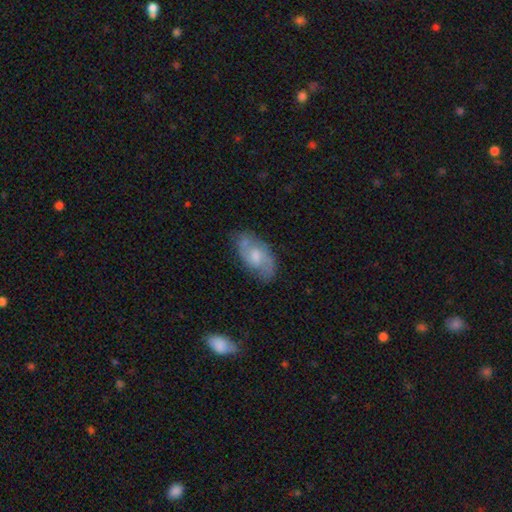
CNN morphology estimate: A featured or disk galaxy (64%) with no bar (53%), 2 (81%) medium (51%) spiral arms (87%) and a moderate central bulge (52%).

Vote fractions:
- Smooth or featured? featured or disk: 64% / smooth: 30% / star or artifact: 6%
- Edge-on disk? no: 94% / yes: 6%
- Bar? no: 53% / weak: 42% / strong: 5%
- Spiral arms? yes: 87% / no: 13%
- Spiral winding? medium: 51% / loose: 25% / tight: 24%
- Spiral arm count? 2: 81% / can't tell: 12% / 1: 3% / 3: 2% / 4: 1% / more than 4: 1%
- Bulge size? moderate: 52% / small: 31% / none: 8% / large: 7% / dominant: 1%
- Merging? none: 72% / minor disturbance: 20% / major disturbance: 6% / merger: 3%